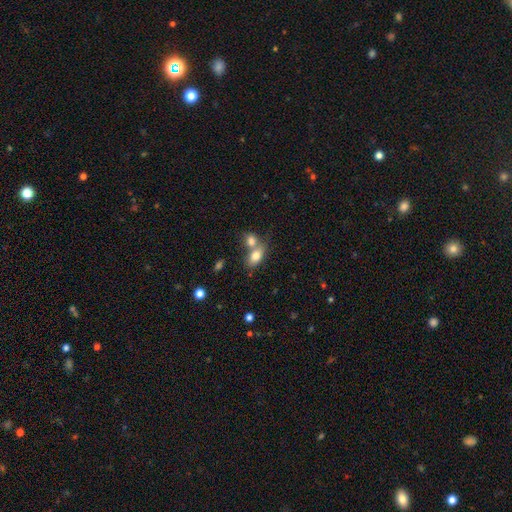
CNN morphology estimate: Smooth or featured?
  - smooth: 78% *
  - featured or disk: 14%
  - star or artifact: 8%
How rounded?
  - in between: 84% *
  - round: 11%
  - cigar-shaped: 5%
Merging?
  - merger: 53% *
  - none: 35%
  - minor disturbance: 9%
  - major disturbance: 4%